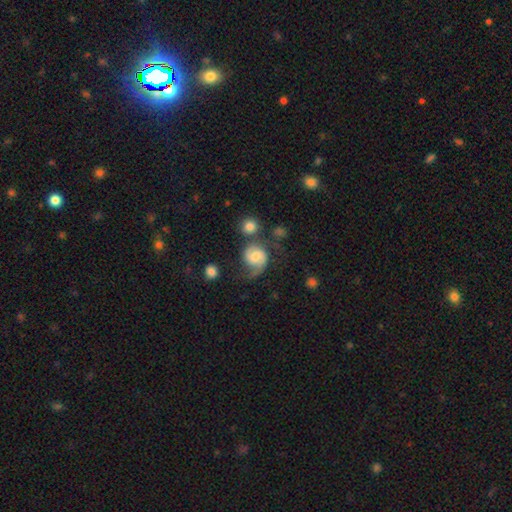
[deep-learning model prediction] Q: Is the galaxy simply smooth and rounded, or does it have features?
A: featured or disk — 67%.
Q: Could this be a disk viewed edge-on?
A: no — 98%.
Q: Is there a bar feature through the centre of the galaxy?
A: no — 52%.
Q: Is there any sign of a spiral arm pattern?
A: yes — 93%.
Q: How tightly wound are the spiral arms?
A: medium — 45%.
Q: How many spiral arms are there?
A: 2 — 68%.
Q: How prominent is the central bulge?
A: moderate — 49%.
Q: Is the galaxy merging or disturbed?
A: none — 44%.